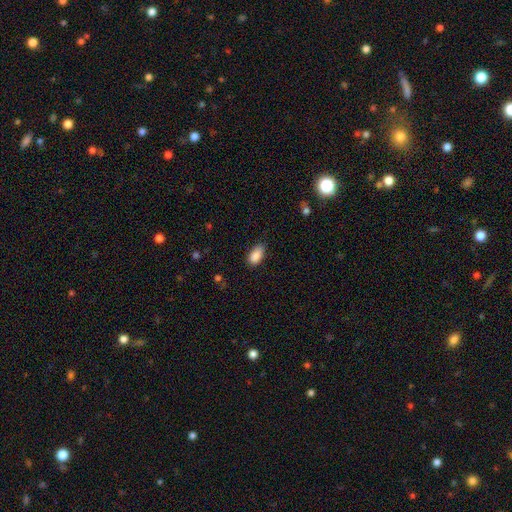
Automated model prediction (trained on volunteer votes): This appears to be a smooth galaxy with no disk features (88%) that is in between round and cigar-shaped (92%). Merging: none (76%).